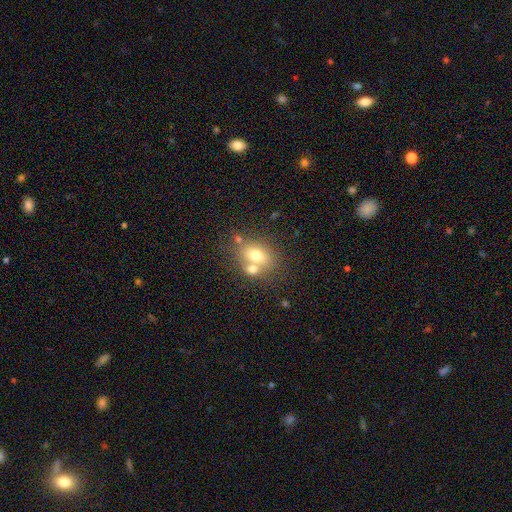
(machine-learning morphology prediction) This is likely a smooth galaxy (69%). How rounded: possibly in between (59%). Merging: possibly none (48%).